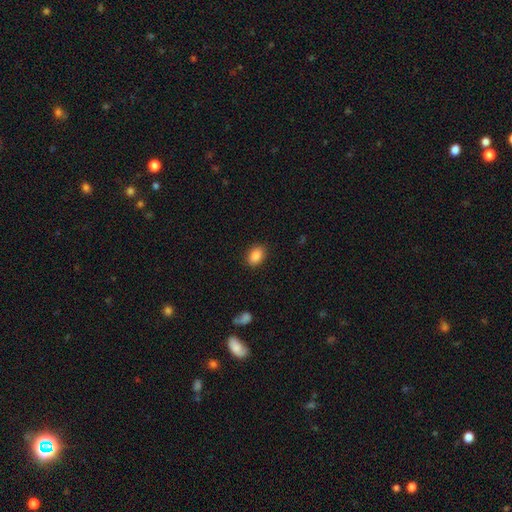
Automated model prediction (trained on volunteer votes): This appears to be a smooth galaxy with no disk features (88%) that is in between round and cigar-shaped (80%). Merging: none (88%).